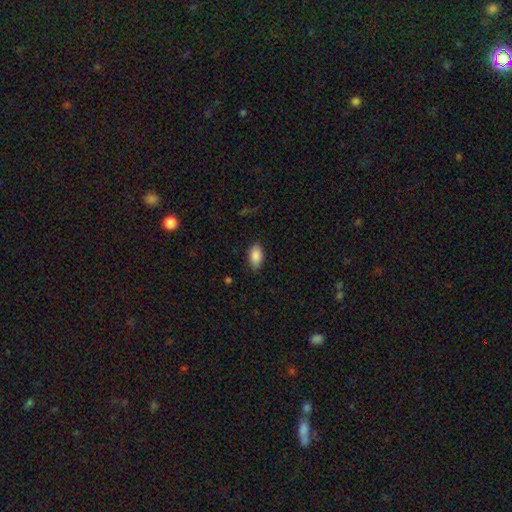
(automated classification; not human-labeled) Overall: smooth (88%). How rounded: in between (93%). Merging: none (84%).